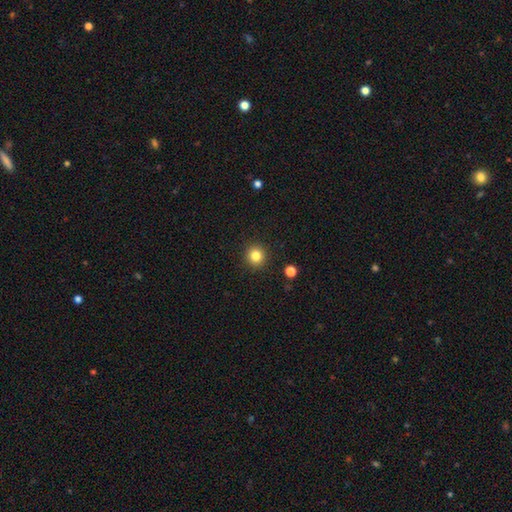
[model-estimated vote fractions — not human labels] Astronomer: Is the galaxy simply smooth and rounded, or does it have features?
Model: smooth — 83%.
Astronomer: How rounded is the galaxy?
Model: round — 93%.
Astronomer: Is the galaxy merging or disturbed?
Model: none — 92%.